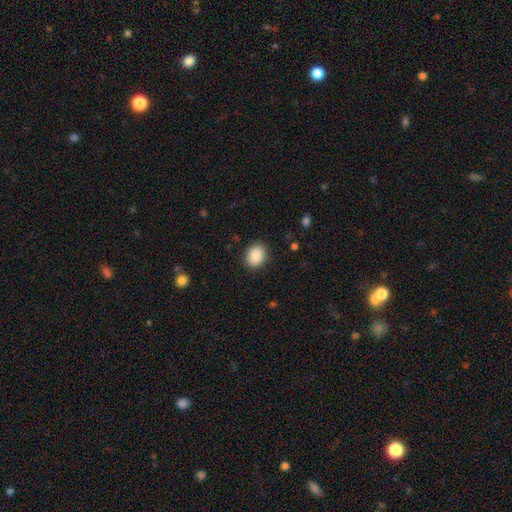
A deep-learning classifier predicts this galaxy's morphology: smooth_or_featured: smooth (p=0.89) [alt: star or artifact p=0.07]
how_rounded: round (p=0.50) [alt: in between p=0.49]
merging: none (p=0.89) [alt: minor disturbance p=0.08]